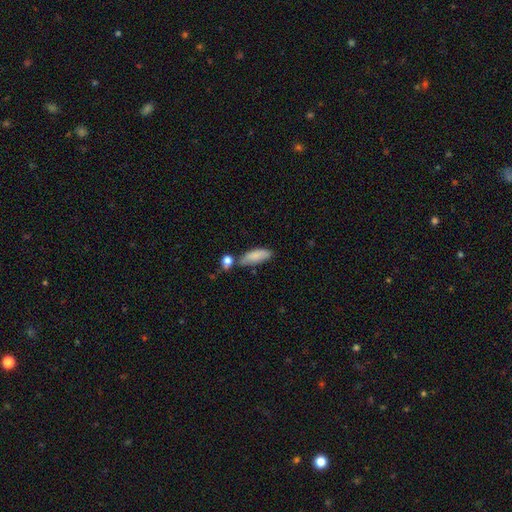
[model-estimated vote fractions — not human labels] Smooth or featured?
  - smooth: 83% *
  - featured or disk: 11%
  - star or artifact: 7%
How rounded?
  - in between: 71% *
  - cigar-shaped: 27%
  - round: 2%
Merging?
  - none: 57% *
  - minor disturbance: 22%
  - merger: 16%
  - major disturbance: 6%